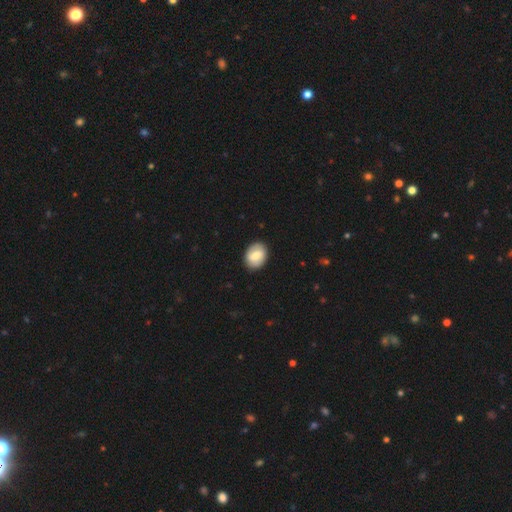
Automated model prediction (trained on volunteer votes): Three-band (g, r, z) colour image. It shows a smooth galaxy with no disk features (69%) that is in between round and cigar-shaped (64%). Merging: none (87%).